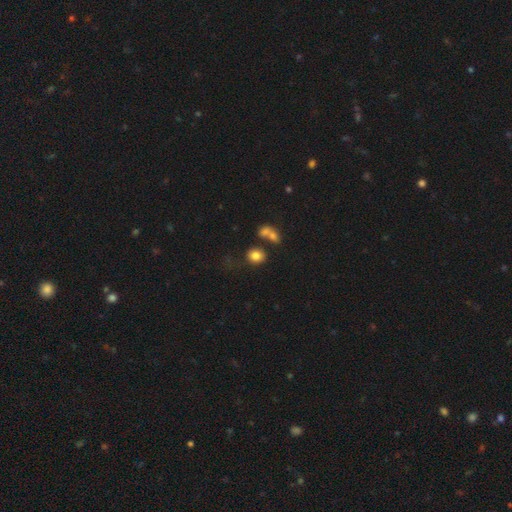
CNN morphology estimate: Smooth or featured: smooth — 80% (star or artifact — 11%)
How rounded: round — 65% (in between — 33%)
Merging: none — 57% (merger — 22%)